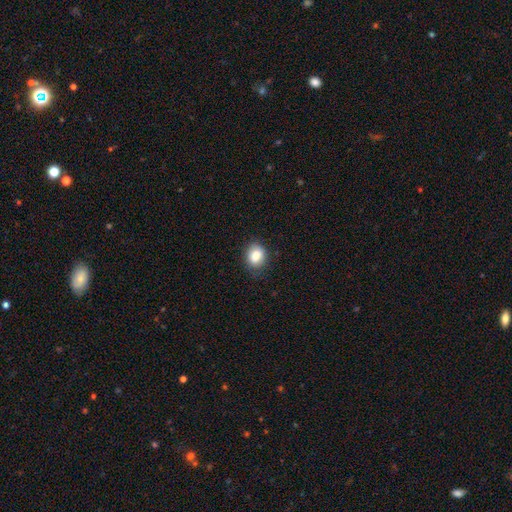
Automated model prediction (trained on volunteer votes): Morphology: type=smooth (83%); roundness=in between (50%); merging=none (80%).